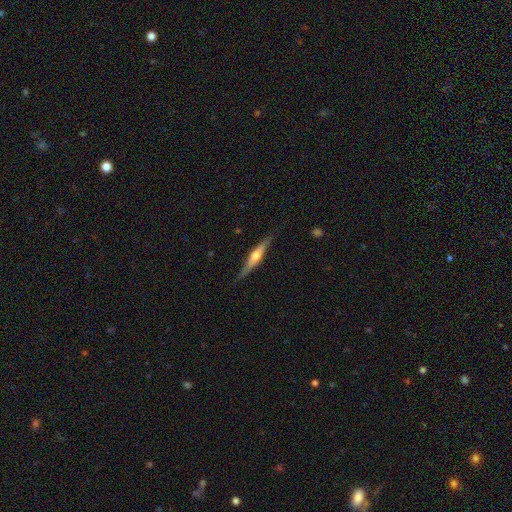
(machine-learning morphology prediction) smooth-or-featured: featured or disk: 66% | smooth: 29% | star or artifact: 5%
  disk-edge-on: yes: 96% | no: 4%
    edge-on-bulge: rounded: 86% | boxy: 8% | none: 6%
  merging: none: 83% | minor disturbance: 14% | major disturbance: 3% | merger: 1%